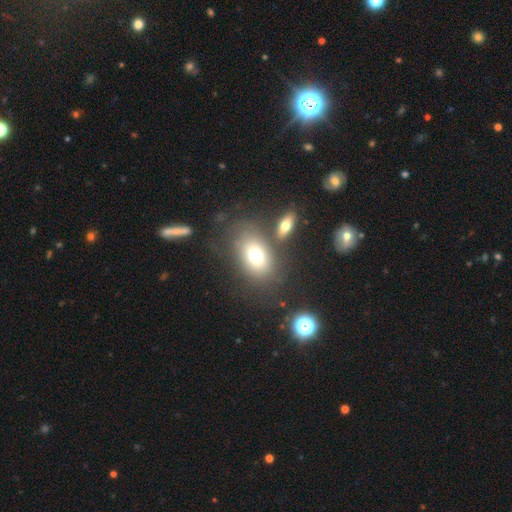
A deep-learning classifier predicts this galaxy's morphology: smooth_or_featured: smooth (p=0.72) [alt: featured or disk p=0.17]
how_rounded: in between (p=0.74) [alt: round p=0.24]
merging: none (p=0.63) [alt: merger p=0.15]